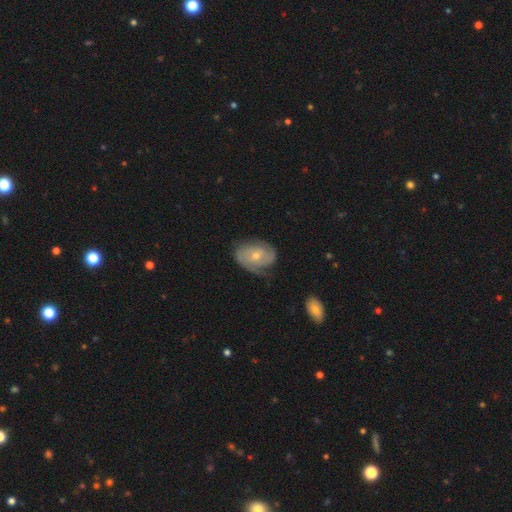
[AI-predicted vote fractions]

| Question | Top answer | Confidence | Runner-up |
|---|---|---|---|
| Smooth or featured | featured or disk | 73% | smooth (21%) |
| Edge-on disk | no | 97% | yes (3%) |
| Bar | no | 67% | weak (28%) |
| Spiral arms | yes | 90% | no (10%) |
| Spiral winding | tight | 55% | medium (33%) |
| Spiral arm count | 2 | 52% | can't tell (24%) |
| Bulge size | small | 54% | moderate (42%) |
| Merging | none | 62% | minor disturbance (25%) |